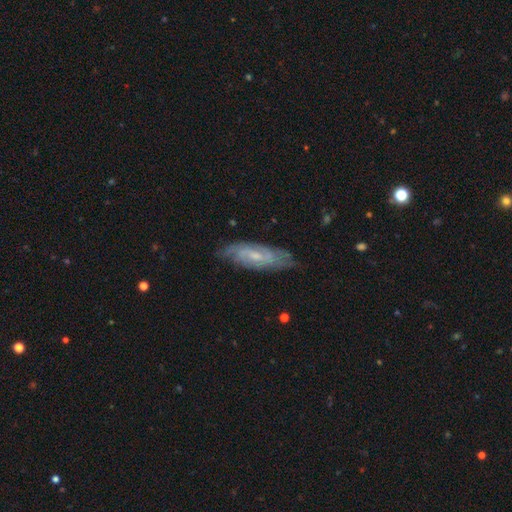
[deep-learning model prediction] featured or disk 70%, smooth 23%, star or artifact 7%. Down the decision tree: edge-on disk — no (79%); bar — weak (47%); spiral arms — yes (86%); bulge size — small (59%); merging — none (73%).